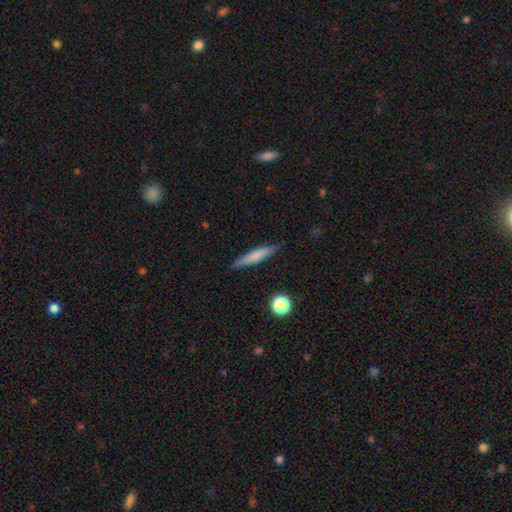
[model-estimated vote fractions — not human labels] This is likely a smooth galaxy (68%). How rounded: clearly cigar-shaped (90%). Merging: clearly none (87%).